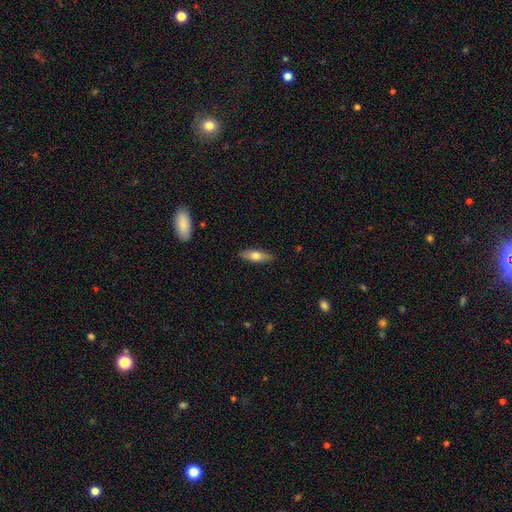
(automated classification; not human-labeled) Morphology: type=smooth (66%); roundness=in between (58%); merging=none (88%).